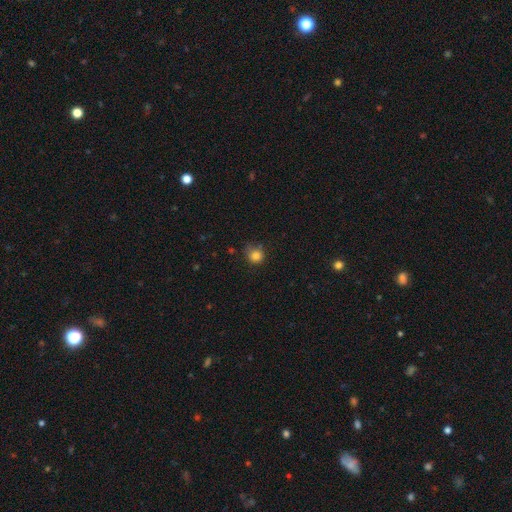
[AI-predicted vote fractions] smooth_or_featured: smooth (p=0.83) [alt: star or artifact p=0.12]
how_rounded: round (p=0.87) [alt: in between p=0.12]
merging: none (p=0.67) [alt: minor disturbance p=0.24]